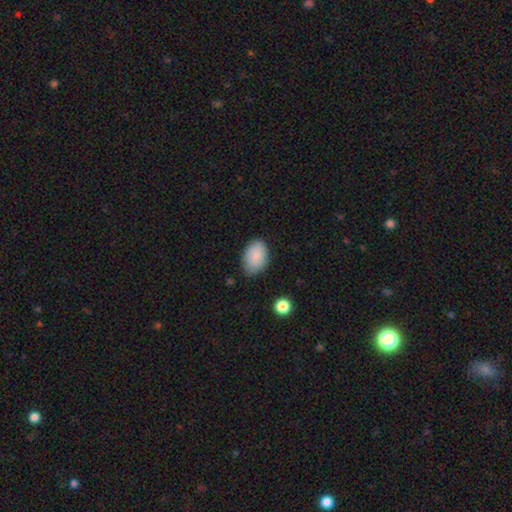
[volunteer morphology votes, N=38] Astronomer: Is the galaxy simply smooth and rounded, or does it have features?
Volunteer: smooth — 89%.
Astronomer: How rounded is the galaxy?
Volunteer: in between — 82%.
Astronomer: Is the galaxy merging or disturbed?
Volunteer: none — 67%.